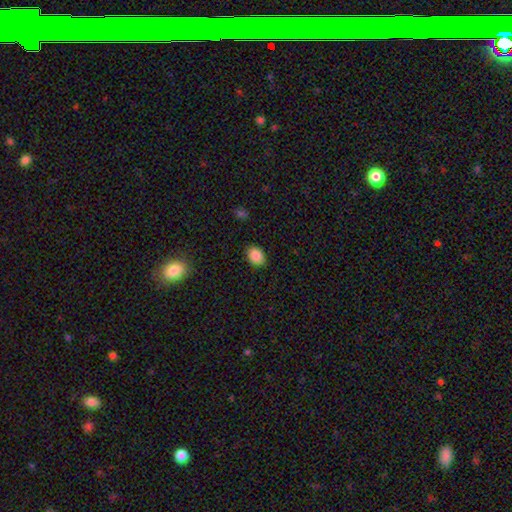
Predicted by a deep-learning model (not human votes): A smooth galaxy with no disk features (88%) that is in between round and cigar-shaped (72%). Merging: none (88%).